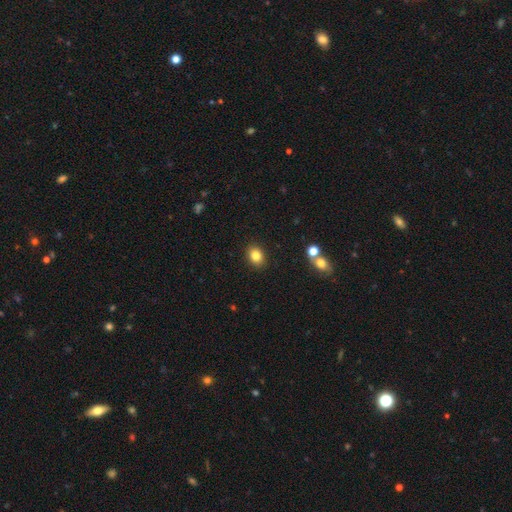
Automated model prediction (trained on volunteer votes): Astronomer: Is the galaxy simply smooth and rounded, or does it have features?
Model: smooth — 83%.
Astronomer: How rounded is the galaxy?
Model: in between — 53% (runner-up: round, 46%).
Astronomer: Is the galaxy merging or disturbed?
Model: none — 89%.